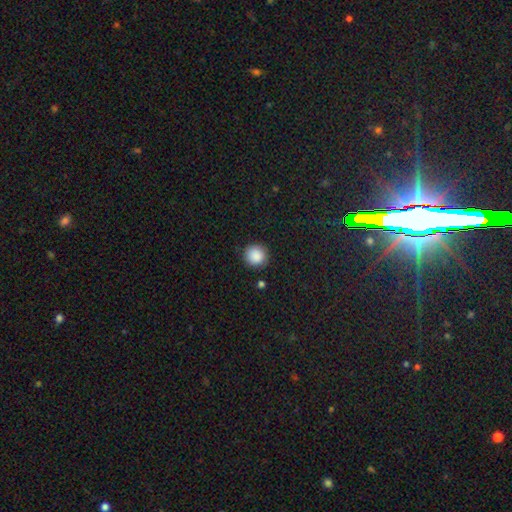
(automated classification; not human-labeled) smooth_or_featured: smooth (p=0.88) [alt: star or artifact p=0.09]
how_rounded: round (p=0.93) [alt: in between p=0.06]
merging: none (p=0.89) [alt: minor disturbance p=0.07]